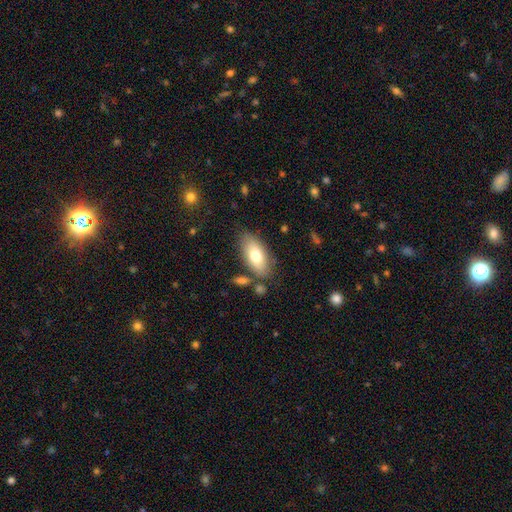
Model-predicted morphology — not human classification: The model was most divided on "smooth or featured": smooth: 74%, featured or disk: 19%, star or artifact: 6%. More confident: how rounded — in between (89%); merging — none (76%).